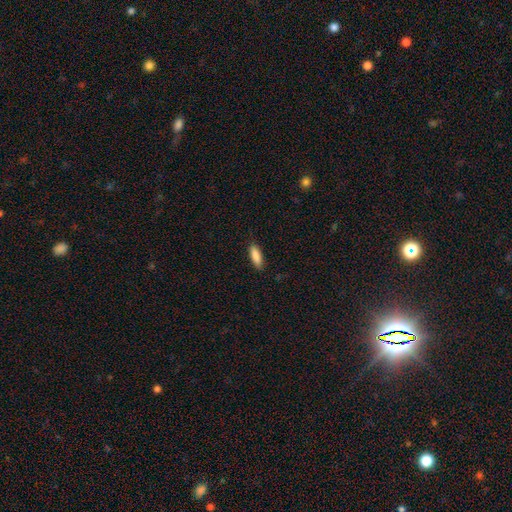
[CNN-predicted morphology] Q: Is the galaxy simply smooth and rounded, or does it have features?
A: smooth — 88%.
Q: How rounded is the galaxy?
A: in between — 56%.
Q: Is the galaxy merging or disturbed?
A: none — 86%.